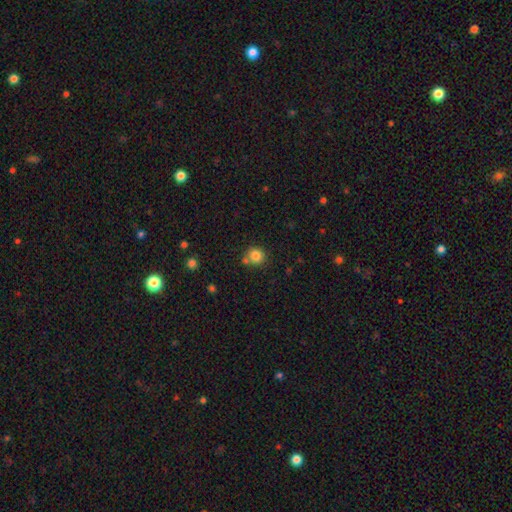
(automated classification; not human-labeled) This is clearly a smooth galaxy (82%). How rounded: clearly round (88%). Merging: likely none (69%).